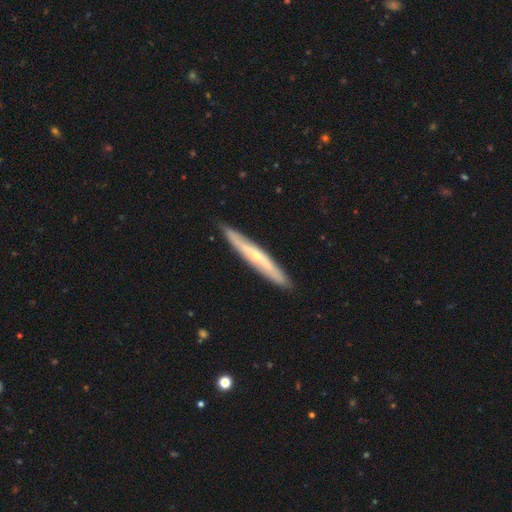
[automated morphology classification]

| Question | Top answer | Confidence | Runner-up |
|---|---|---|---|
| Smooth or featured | featured or disk | 62% | smooth (33%) |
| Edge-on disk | yes | 85% | no (15%) |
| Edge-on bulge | rounded | 63% | none (34%) |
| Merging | none | 89% | minor disturbance (9%) |